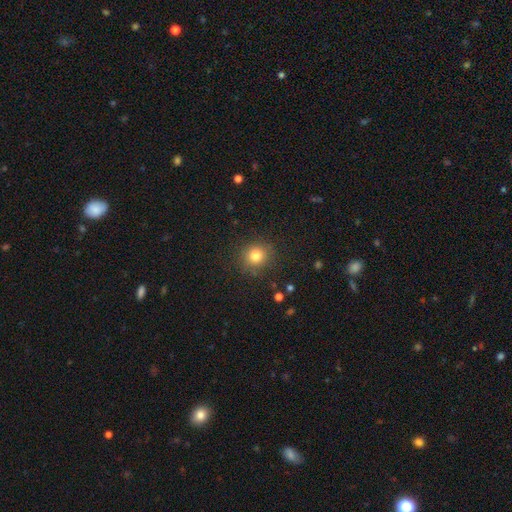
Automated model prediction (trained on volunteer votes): This appears to be a smooth galaxy with no disk features (80%) that is round (88%). Merging: none (87%).